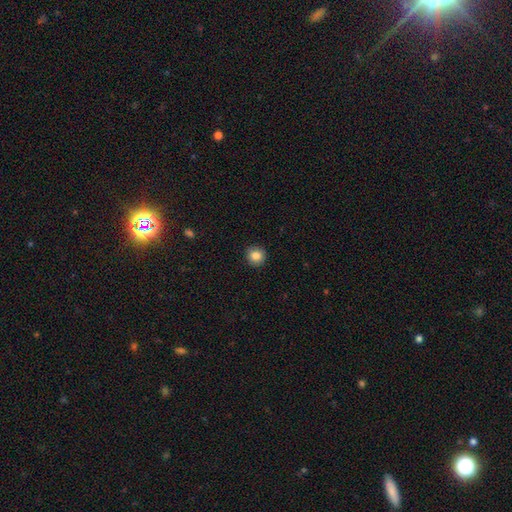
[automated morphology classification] smooth 85%, star or artifact 9%, featured or disk 6%. Down the decision tree: how rounded — round (93%); merging — none (92%).